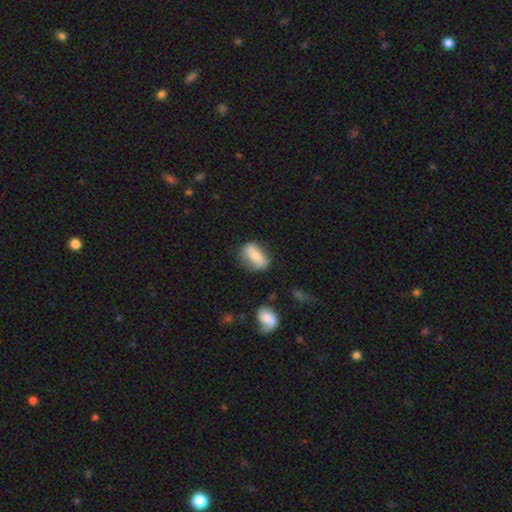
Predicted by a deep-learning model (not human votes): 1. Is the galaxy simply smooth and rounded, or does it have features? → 53% smooth, 39% featured or disk, 7% star or artifact.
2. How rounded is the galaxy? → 77% in between, 17% round, 7% cigar-shaped.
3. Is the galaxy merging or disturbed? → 68% none, 21% minor disturbance, 6% major disturbance, 4% merger.